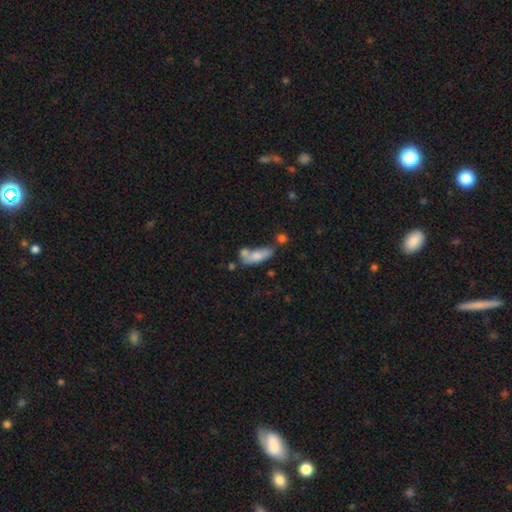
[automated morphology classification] A smooth galaxy with no disk features (71%) that is in between round and cigar-shaped (64%).

Vote fractions:
- Smooth or featured? smooth: 71% / featured or disk: 21% / star or artifact: 8%
- How rounded? in between: 64% / cigar-shaped: 33% / round: 3%
- Merging? none: 39% / merger: 31% / minor disturbance: 20% / major disturbance: 10%